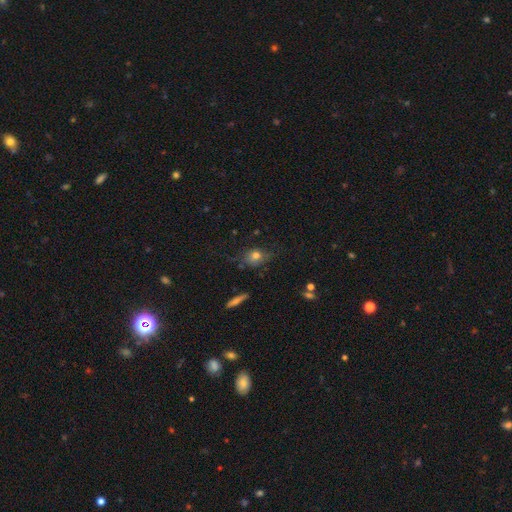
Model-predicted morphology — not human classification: smooth_or_featured: smooth (p=0.71) [alt: featured or disk p=0.16]
how_rounded: round (p=0.57) [alt: in between p=0.40]
merging: none (p=0.62) [alt: minor disturbance p=0.24]